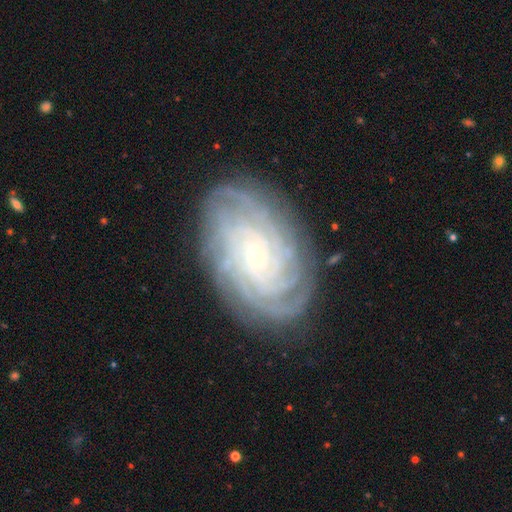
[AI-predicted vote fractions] Smooth or featured? Predicted: featured or disk (p=0.86). Edge-on disk? Predicted: no (p=0.97). Bar? Predicted: no (p=0.77). Spiral arms? Predicted: yes (p=0.98). Spiral winding? Predicted: tight (p=0.83). Spiral arm count? Predicted: more than 4 (p=0.34). Bulge size? Predicted: small (p=0.87). Merging? Predicted: none (p=0.82).